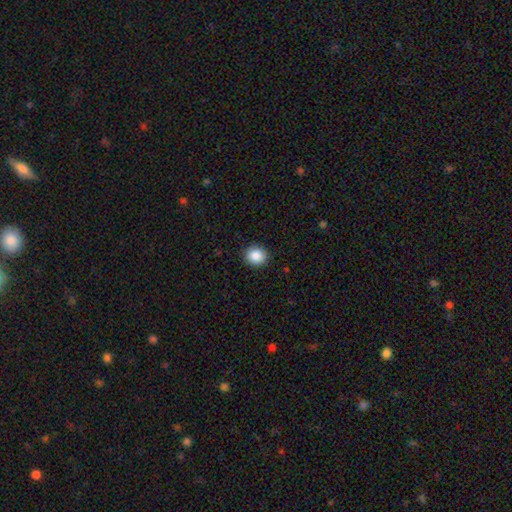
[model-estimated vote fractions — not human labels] smooth_or_featured: smooth (p=0.87) [alt: star or artifact p=0.09]
how_rounded: round (p=0.84) [alt: in between p=0.15]
merging: none (p=0.92) [alt: minor disturbance p=0.06]